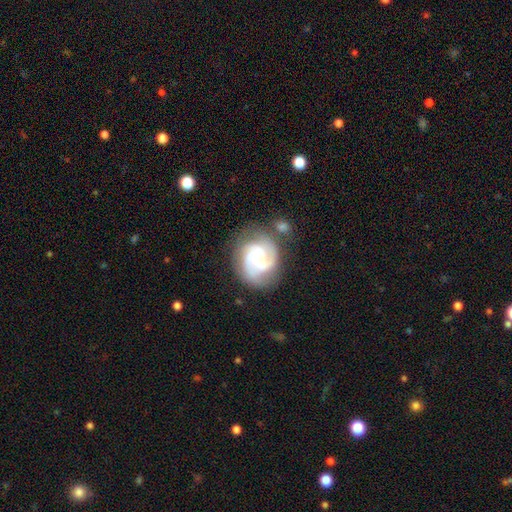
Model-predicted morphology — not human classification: featured or disk 86%, smooth 9%, star or artifact 6%. Down the decision tree: edge-on disk — no (98%); bar — weak (47%); spiral arms — yes (97%); spiral arm count — 2 (56%); spiral winding — medium (46%); bulge size — small (50%); merging — none (72%).